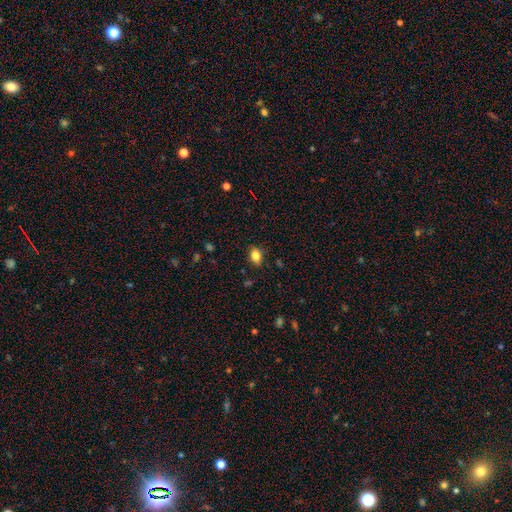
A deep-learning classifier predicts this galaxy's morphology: A smooth galaxy with no disk features (82%) that is in between round and cigar-shaped (69%). Merging: none (85%).